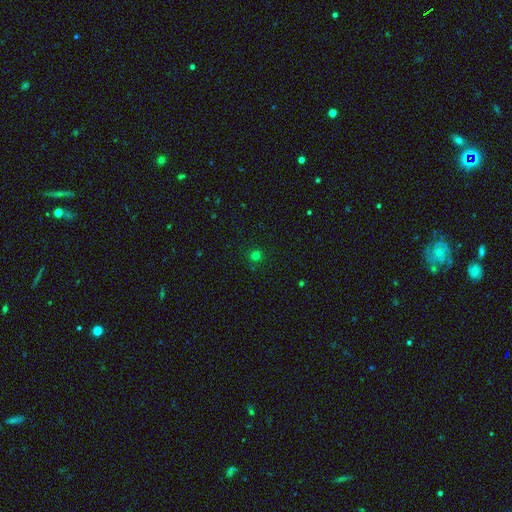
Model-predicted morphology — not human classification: Smooth or featured? Predicted: smooth (p=0.74). How rounded? Predicted: round (p=0.95). Merging? Predicted: none (p=0.91).